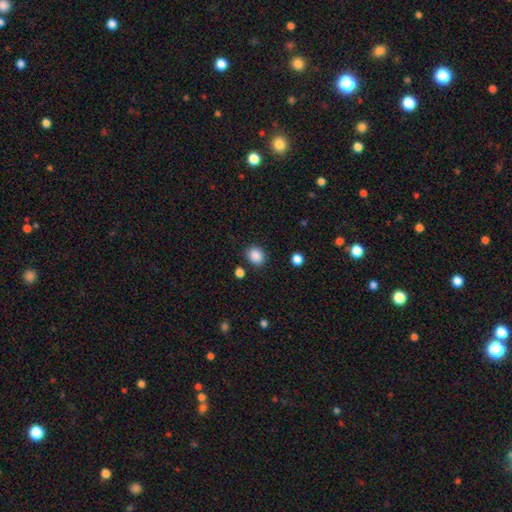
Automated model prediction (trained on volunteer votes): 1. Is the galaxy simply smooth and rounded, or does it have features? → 87% smooth, 10% star or artifact, 3% featured or disk.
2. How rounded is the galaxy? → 66% round, 33% in between, 1% cigar-shaped.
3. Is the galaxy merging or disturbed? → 84% none, 9% minor disturbance, 3% merger, 3% major disturbance.